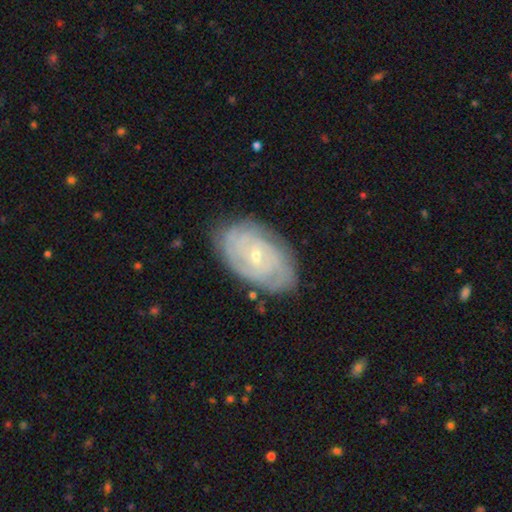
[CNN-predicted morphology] This appears to be a featured or disk galaxy (80%) with no bar (57%), tight (76%) spiral arms (92%) and a small central bulge (74%). Merging: none (80%).